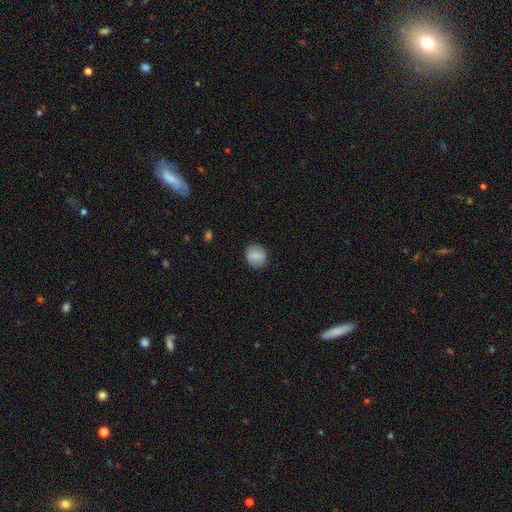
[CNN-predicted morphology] smooth 81%, featured or disk 12%, star or artifact 8%. Down the decision tree: how rounded — round (80%); merging — none (89%).